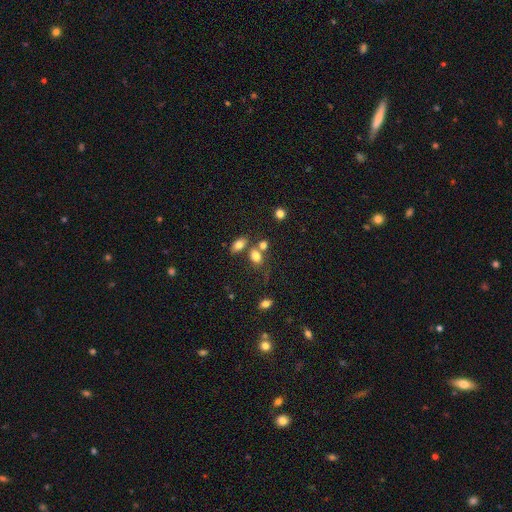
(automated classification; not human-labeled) Overall: smooth (78%). How rounded: in between (74%). Merging: none (51%; merger 30%).